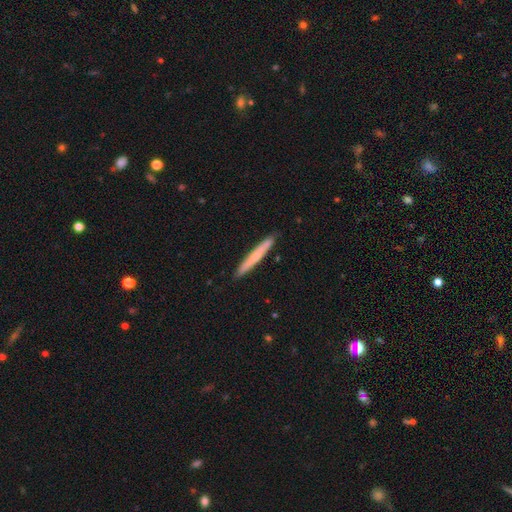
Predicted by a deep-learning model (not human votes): Q: Smooth or featured?
A: smooth (53%); runner-up: featured or disk (41%)
Q: How rounded?
A: cigar-shaped (97%); runner-up: in between (2%)
Q: Merging?
A: none (91%); runner-up: minor disturbance (7%)